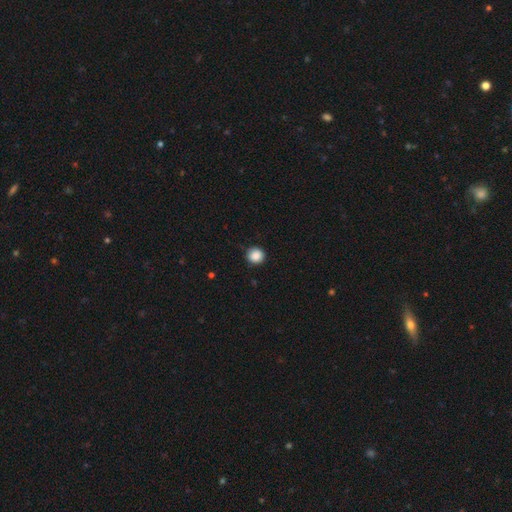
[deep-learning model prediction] Smooth or featured? Predicted: smooth (p=0.88). How rounded? Predicted: round (p=0.91). Merging? Predicted: none (p=0.88).